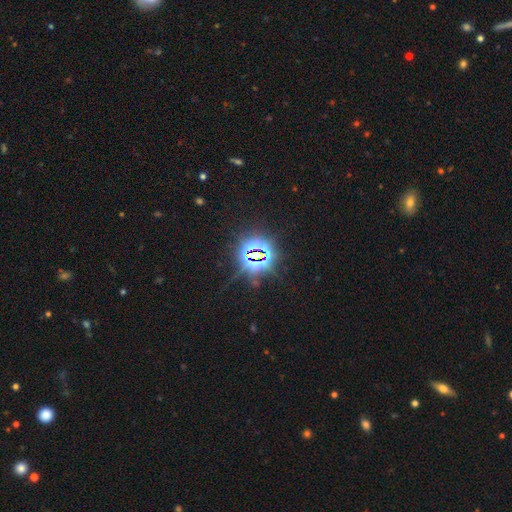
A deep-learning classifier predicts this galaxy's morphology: smooth_or_featured: star or artifact (p=0.82) [alt: smooth p=0.10]